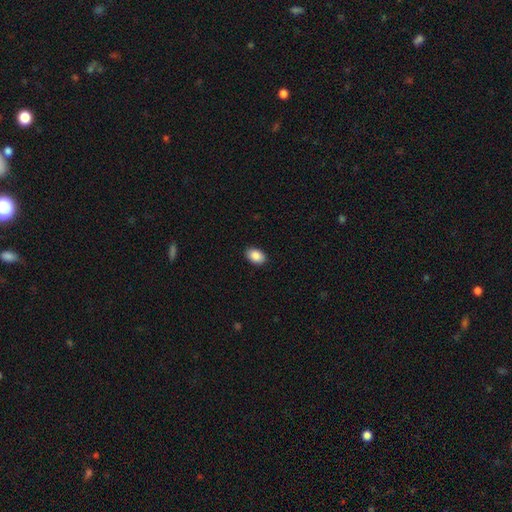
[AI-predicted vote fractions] Morphology: type=smooth (89%); roundness=in between (86%); merging=none (89%).